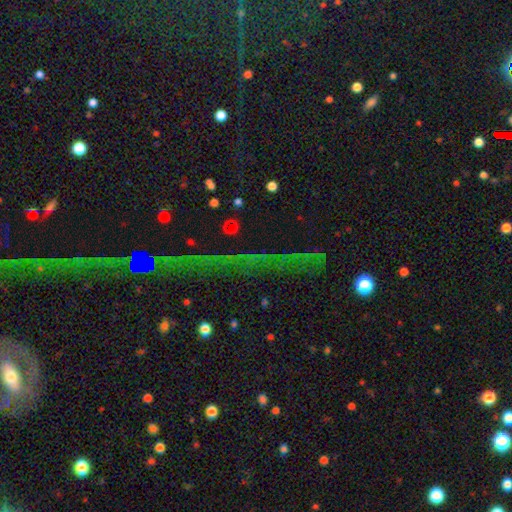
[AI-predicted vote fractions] Smooth or featured? star or artifact (70%)